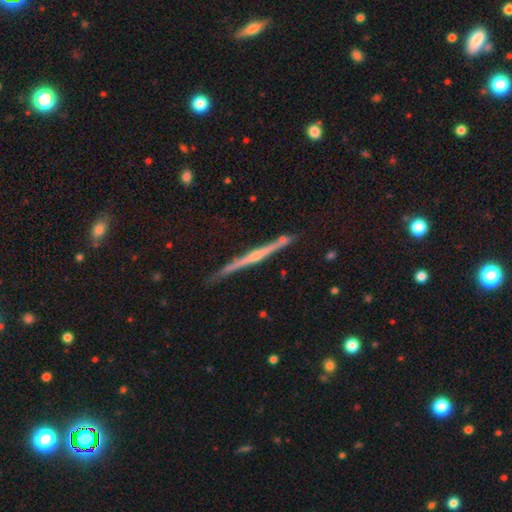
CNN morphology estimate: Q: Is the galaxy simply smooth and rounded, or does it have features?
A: featured or disk — 79%.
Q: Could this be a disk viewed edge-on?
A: yes — 98%.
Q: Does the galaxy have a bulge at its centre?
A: rounded — 67%.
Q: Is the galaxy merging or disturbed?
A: none — 89%.